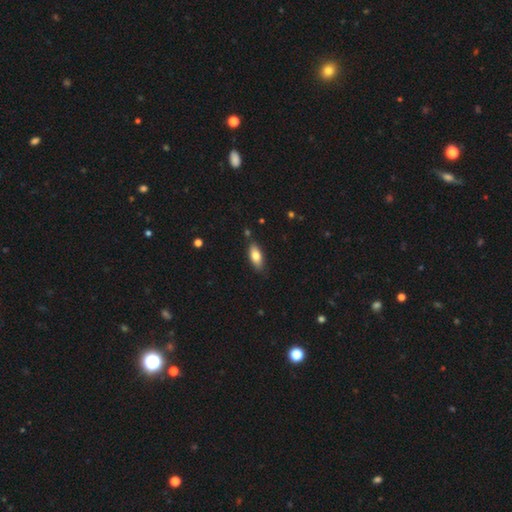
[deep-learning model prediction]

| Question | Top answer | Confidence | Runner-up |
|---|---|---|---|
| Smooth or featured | smooth | 77% | featured or disk (16%) |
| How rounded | in between | 81% | cigar-shaped (16%) |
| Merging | none | 82% | minor disturbance (13%) |